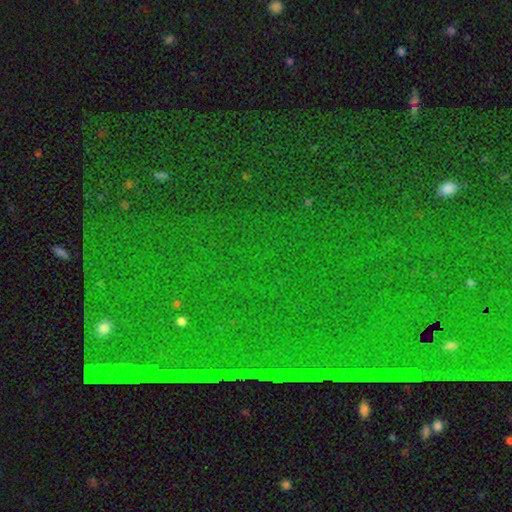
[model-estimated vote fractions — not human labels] This is clearly a star or artifact rather than a galaxy (82%).